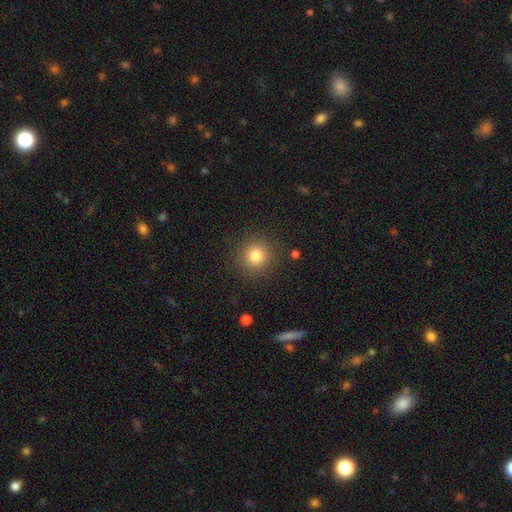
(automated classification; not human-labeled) smooth 82%, star or artifact 12%, featured or disk 7%. Down the decision tree: how rounded — round (93%); merging — none (88%).